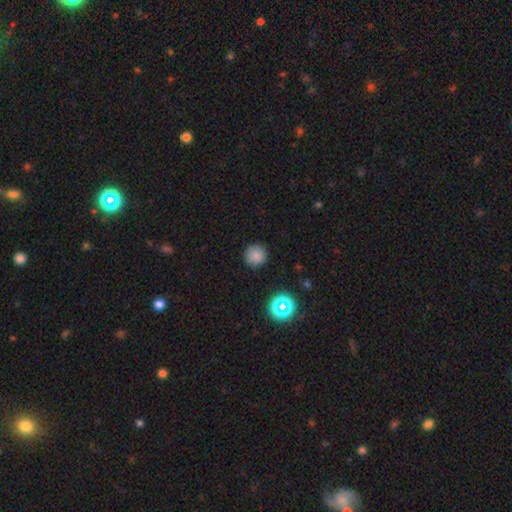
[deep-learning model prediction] A smooth galaxy with no disk features (81%) that is round (95%). Merging: none (90%).